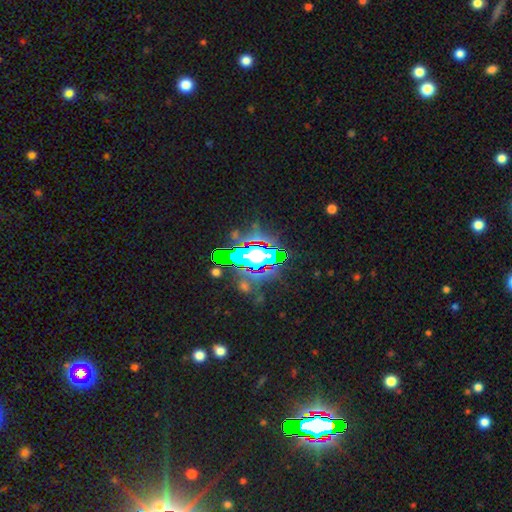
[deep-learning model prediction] This appears to be a star or artifact, not a galaxy (61%).